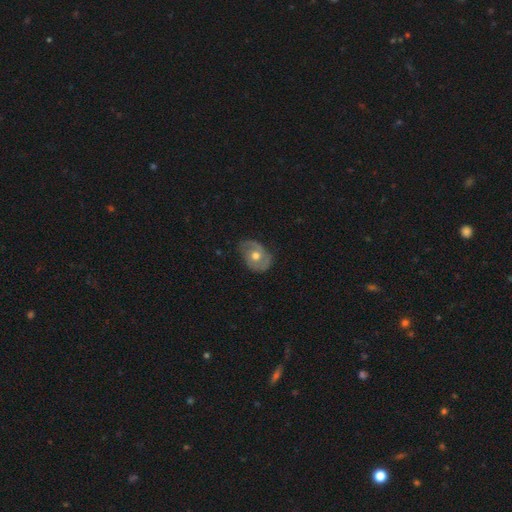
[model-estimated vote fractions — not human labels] This appears to be a featured or disk galaxy (57%) with no bar (81%), spiral arms (62%) and a moderate central bulge (78%). Merging: none (59%).